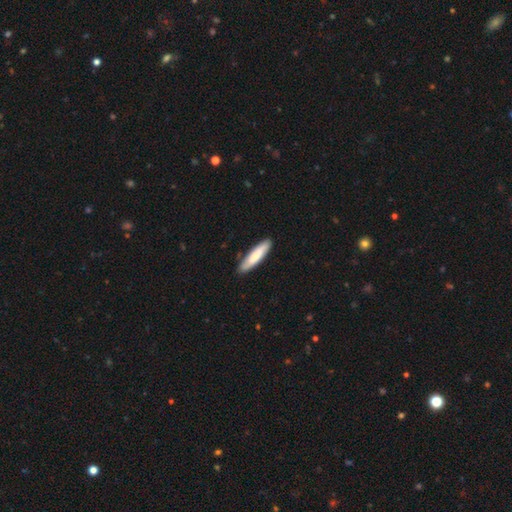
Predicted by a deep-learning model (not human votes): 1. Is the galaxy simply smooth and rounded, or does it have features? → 76% smooth, 19% featured or disk, 5% star or artifact.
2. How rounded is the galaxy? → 78% cigar-shaped, 21% in between, 1% round.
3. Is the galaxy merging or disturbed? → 88% none, 10% minor disturbance, 2% major disturbance, 1% merger.